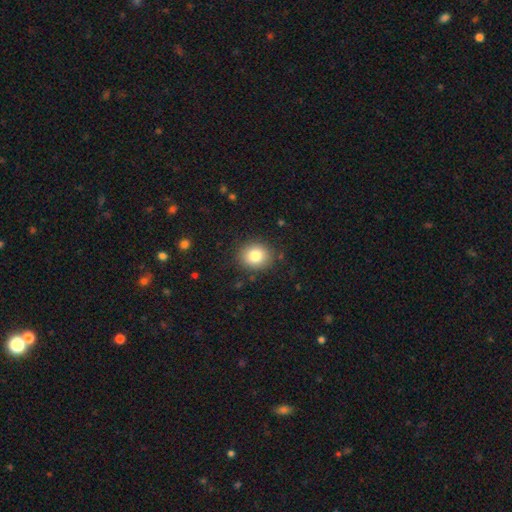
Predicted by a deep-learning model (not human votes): Q: Smooth or featured?
A: smooth (82%); runner-up: star or artifact (10%)
Q: How rounded?
A: round (72%); runner-up: in between (27%)
Q: Merging?
A: none (87%); runner-up: minor disturbance (9%)